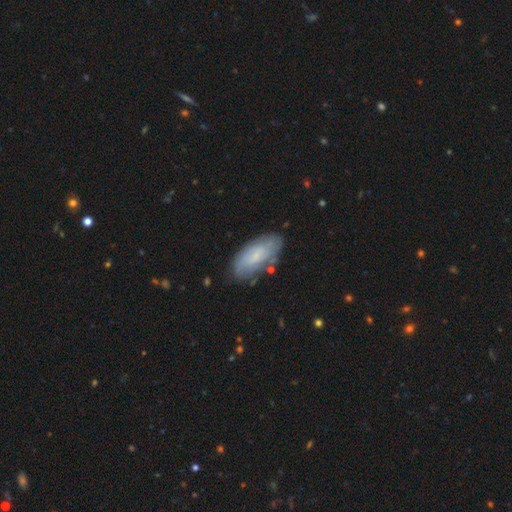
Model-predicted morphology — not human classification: type=smooth (51%); roundness=in between (88%); merging=none (75%).